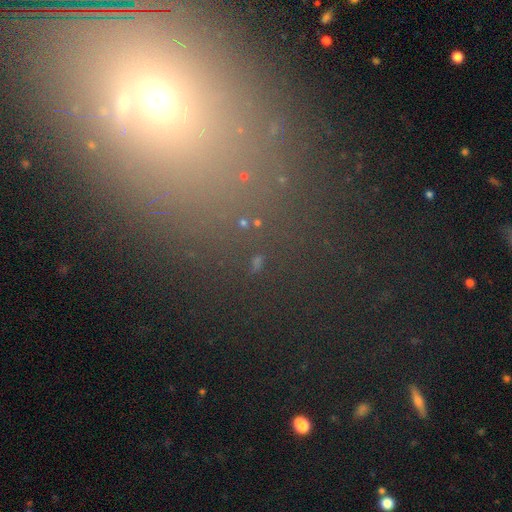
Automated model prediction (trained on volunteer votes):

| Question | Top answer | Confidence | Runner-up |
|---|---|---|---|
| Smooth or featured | star or artifact | 45% | smooth (41%) |